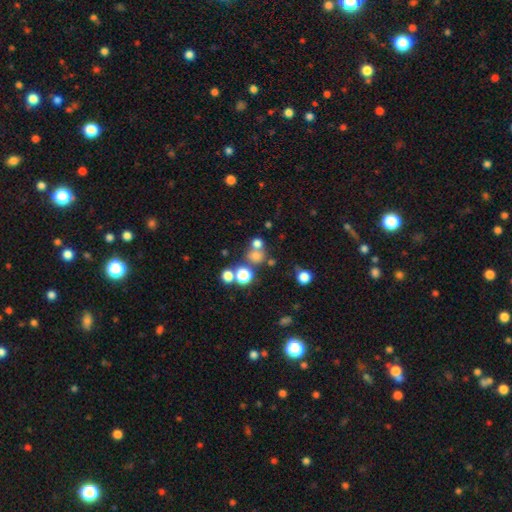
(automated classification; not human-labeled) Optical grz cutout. It shows a smooth galaxy with no disk features (66%) that is round (86%). Merging: none (57%).